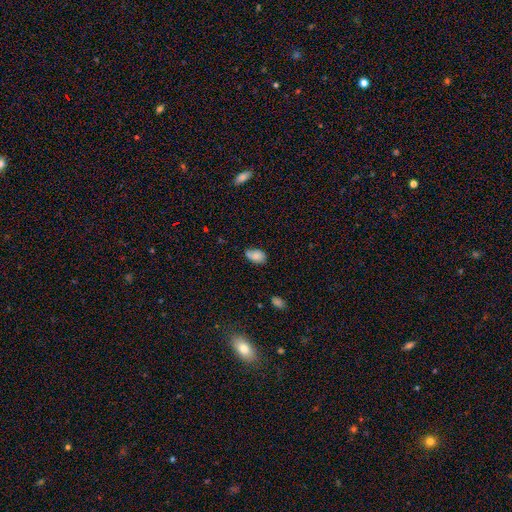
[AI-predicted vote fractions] smooth-or-featured: smooth: 76% | featured or disk: 15% | star or artifact: 9%
  how-rounded: in between: 90% | round: 8% | cigar-shaped: 2%
  merging: none: 57% | minor disturbance: 32% | major disturbance: 8% | merger: 3%